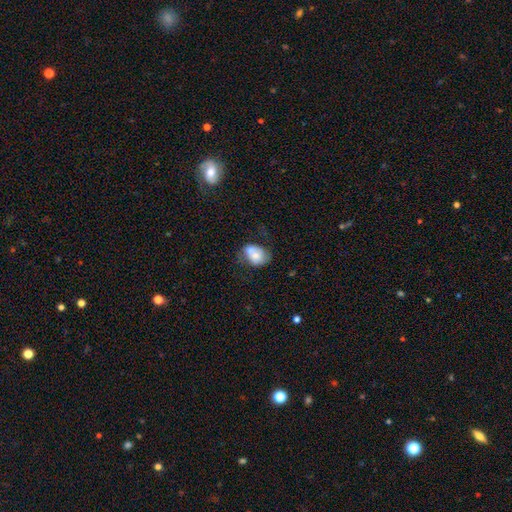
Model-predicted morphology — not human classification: This appears to be a smooth galaxy with no disk features (62%) that is in between round and cigar-shaped (55%). Merging: merger (49%).